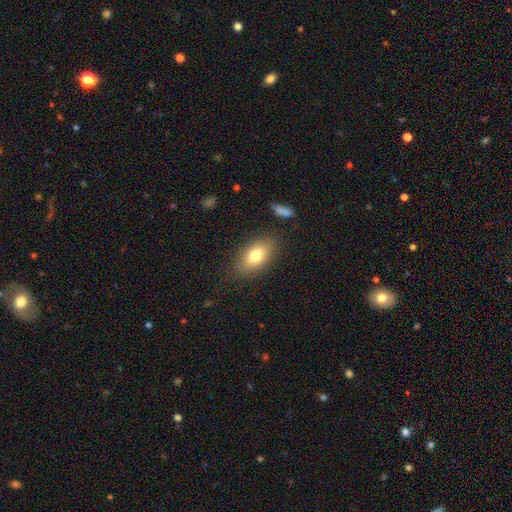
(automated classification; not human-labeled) smooth-or-featured: smooth: 76% | featured or disk: 15% | star or artifact: 8%
  how-rounded: in between: 88% | round: 9% | cigar-shaped: 4%
  merging: none: 83% | minor disturbance: 11% | major disturbance: 4% | merger: 2%